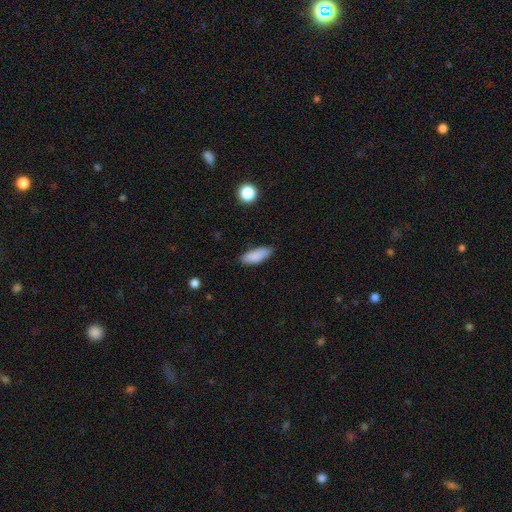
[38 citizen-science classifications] Smooth or featured? 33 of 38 (87%) said smooth. How rounded? 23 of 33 (70%) said in between. Merging? 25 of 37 (68%) said none.